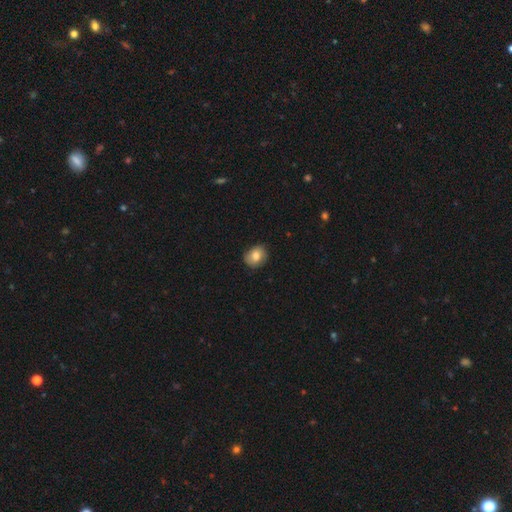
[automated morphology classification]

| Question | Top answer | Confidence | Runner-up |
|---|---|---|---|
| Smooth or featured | smooth | 74% | featured or disk (18%) |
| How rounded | round | 58% | in between (41%) |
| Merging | none | 82% | minor disturbance (15%) |